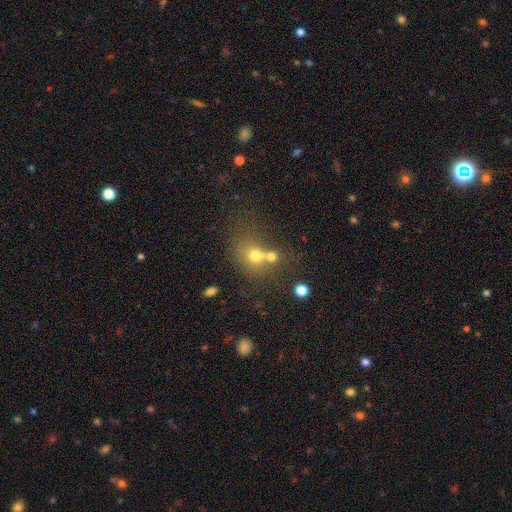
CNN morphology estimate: Smooth or featured?
  - smooth: 64% *
  - featured or disk: 18%
  - star or artifact: 18%
How rounded?
  - round: 66% *
  - in between: 32%
  - cigar-shaped: 1%
Merging?
  - merger: 49% *
  - none: 35%
  - minor disturbance: 9%
  - major disturbance: 7%